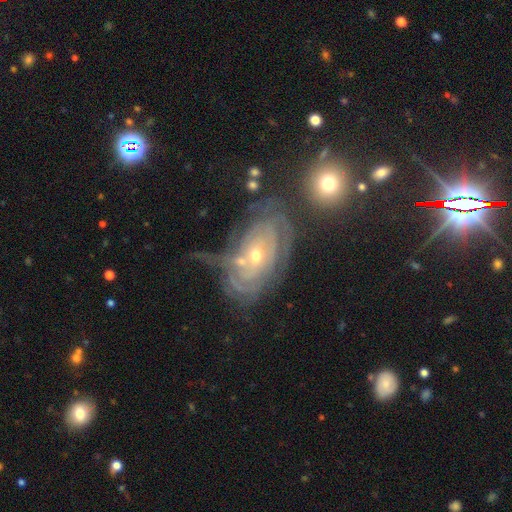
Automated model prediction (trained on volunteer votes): This appears to be a featured or disk galaxy (85%) with no bar (72%), tight (78%) spiral arms (92%) and a small central bulge (50%). Merging: none (51%).